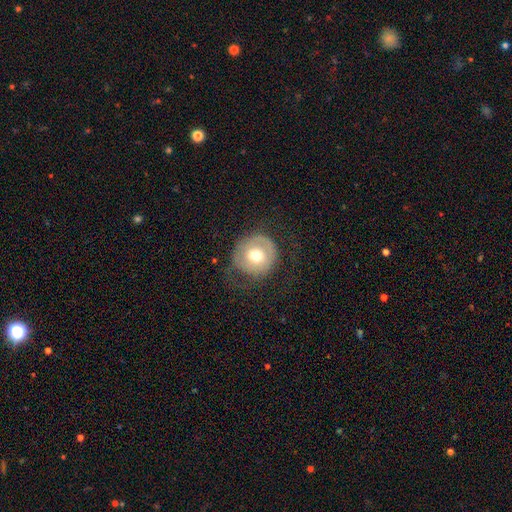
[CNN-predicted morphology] This is possibly a smooth galaxy (58%). How rounded: clearly round (91%). Merging: possibly none (53%).